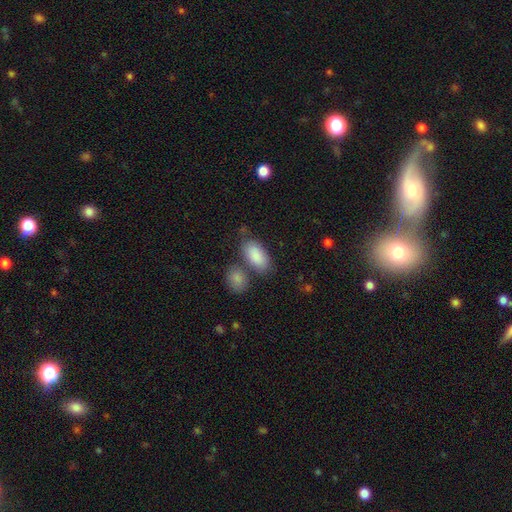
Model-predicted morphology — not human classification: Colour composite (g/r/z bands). It shows a smooth galaxy with no disk features (87%) that is in between round and cigar-shaped (93%). Merging: none (59%).